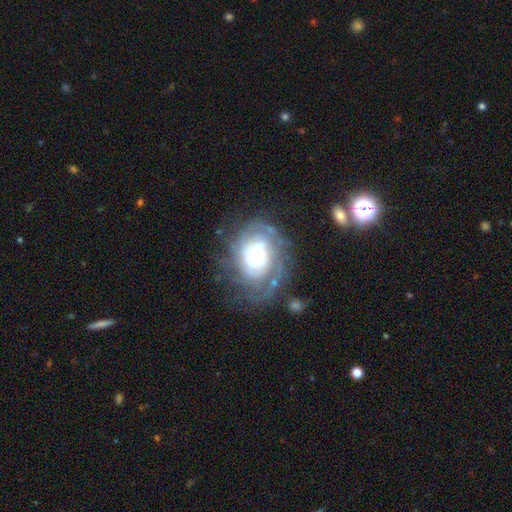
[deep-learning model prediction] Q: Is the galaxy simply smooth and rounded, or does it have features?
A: featured or disk — 78%.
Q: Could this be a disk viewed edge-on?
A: no — 97%.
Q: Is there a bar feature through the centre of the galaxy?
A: no — 69%.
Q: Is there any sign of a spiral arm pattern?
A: yes — 91%.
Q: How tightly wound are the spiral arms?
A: tight — 67%.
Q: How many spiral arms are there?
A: can't tell — 45%.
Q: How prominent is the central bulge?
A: small — 47%.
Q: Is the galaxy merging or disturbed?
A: none — 64%.